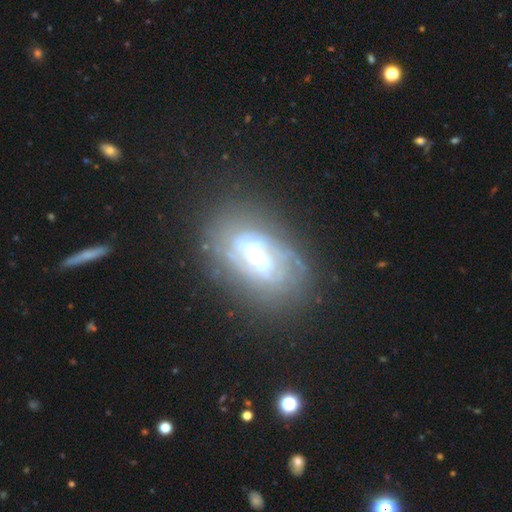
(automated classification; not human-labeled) Smooth or featured? featured or disk (77%)
Edge-on disk? no (94%)
Bar? no (49%)
Spiral arms? yes (71%)
Spiral winding? tight (59%)
Spiral arm count? can't tell (44%)
Bulge size? moderate (59%)
Merging? none (68%)